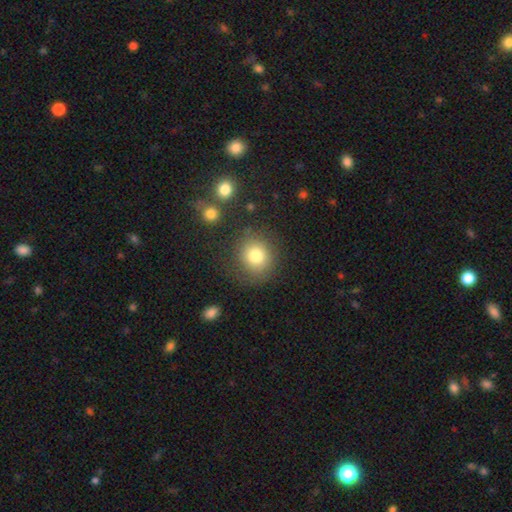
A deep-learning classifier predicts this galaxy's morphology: smooth_or_featured: smooth (p=0.79) [alt: star or artifact p=0.11]
how_rounded: round (p=0.84) [alt: in between p=0.15]
merging: none (p=0.78) [alt: minor disturbance p=0.12]